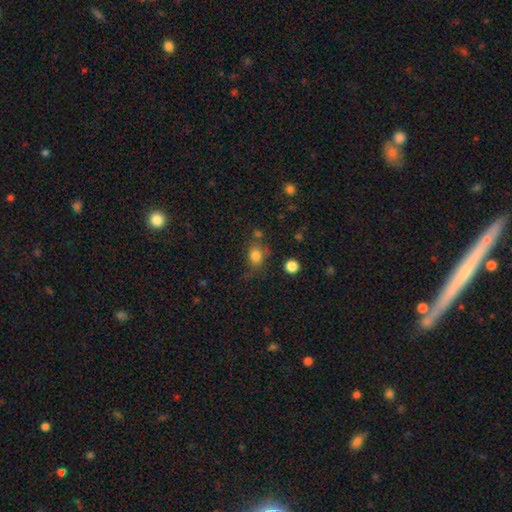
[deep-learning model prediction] Smooth or featured? smooth (79%)
How rounded? round (53%)
Merging? none (55%)